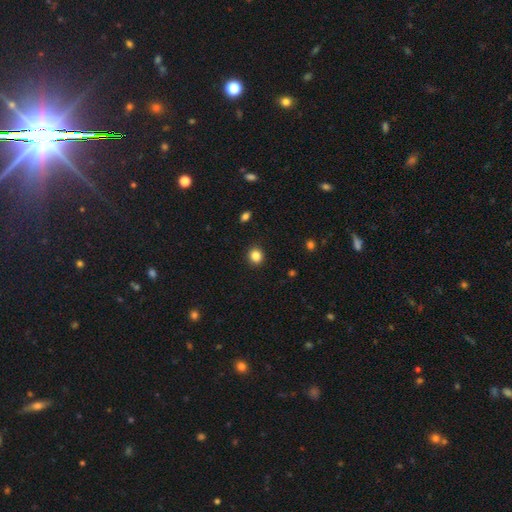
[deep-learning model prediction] This is clearly a smooth galaxy (85%). How rounded: clearly round (84%). Merging: clearly none (92%).